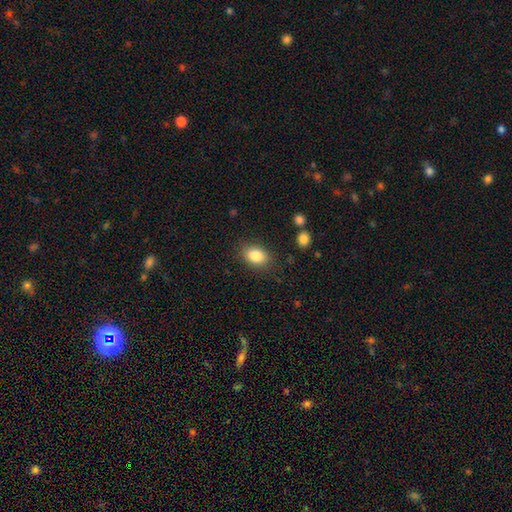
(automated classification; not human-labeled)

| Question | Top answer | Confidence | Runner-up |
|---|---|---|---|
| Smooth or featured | smooth | 85% | star or artifact (8%) |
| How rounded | in between | 74% | round (24%) |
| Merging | none | 83% | minor disturbance (12%) |